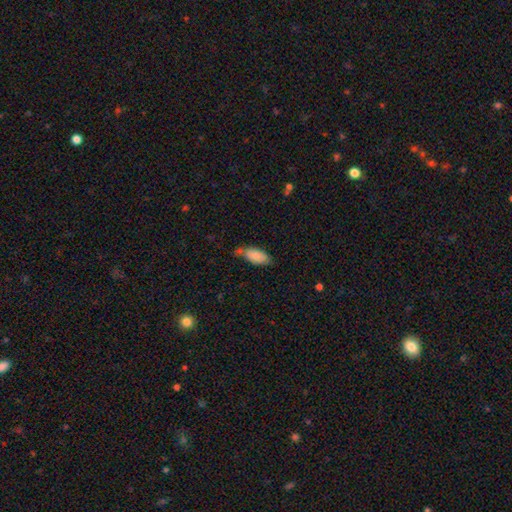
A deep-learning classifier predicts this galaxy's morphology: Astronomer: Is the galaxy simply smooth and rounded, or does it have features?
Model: smooth — 85%.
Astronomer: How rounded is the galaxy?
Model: in between — 88%.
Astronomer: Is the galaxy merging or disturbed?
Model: none — 53%.